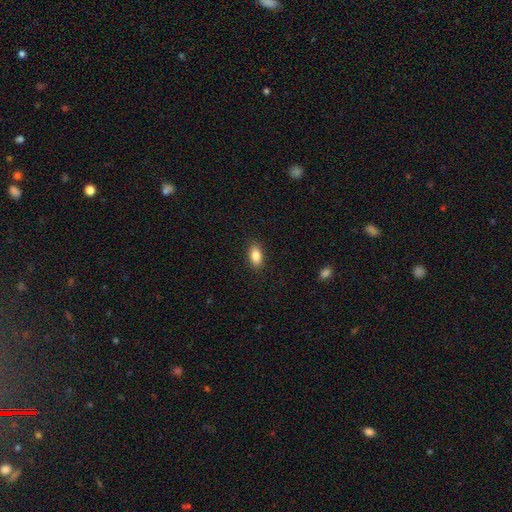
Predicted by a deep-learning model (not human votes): smooth 85%, star or artifact 8%, featured or disk 7%. Down the decision tree: how rounded — in between (90%); merging — none (89%).